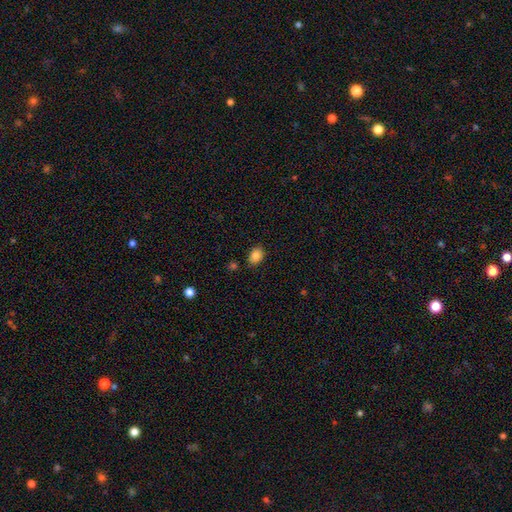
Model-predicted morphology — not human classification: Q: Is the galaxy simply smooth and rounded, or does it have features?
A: smooth — 85%.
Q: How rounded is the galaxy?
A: in between — 76%.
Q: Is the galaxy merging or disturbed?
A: none — 84%.